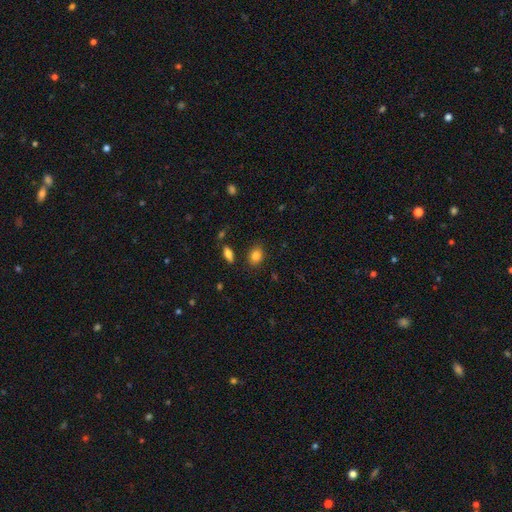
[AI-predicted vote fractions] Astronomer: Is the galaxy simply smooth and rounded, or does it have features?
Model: smooth — 83%.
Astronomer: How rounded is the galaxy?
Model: in between — 65%.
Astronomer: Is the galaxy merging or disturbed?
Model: none — 81%.